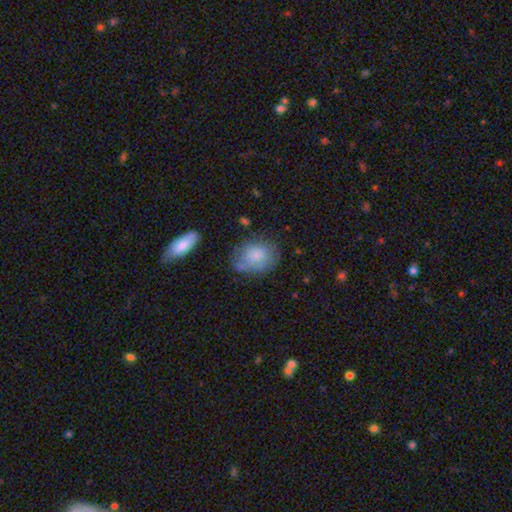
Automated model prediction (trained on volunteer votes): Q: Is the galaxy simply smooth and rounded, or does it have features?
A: smooth — 73%.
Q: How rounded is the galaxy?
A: in between — 61%.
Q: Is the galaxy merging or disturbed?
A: none — 55%.